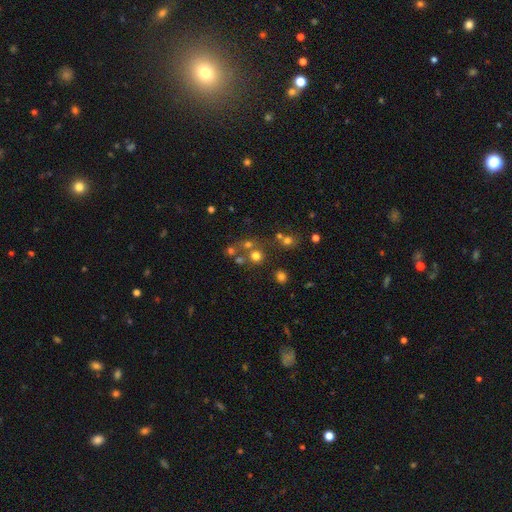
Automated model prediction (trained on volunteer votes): smooth-or-featured: smooth: 64% | star or artifact: 24% | featured or disk: 12%
  how-rounded: round: 90% | in between: 9% | cigar-shaped: 1%
  merging: none: 63% | merger: 25% | minor disturbance: 8% | major disturbance: 5%